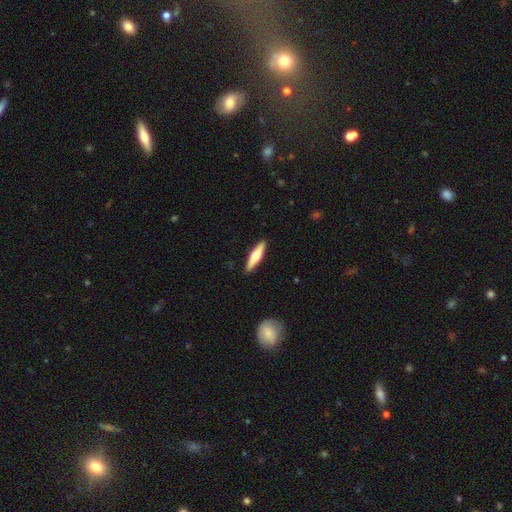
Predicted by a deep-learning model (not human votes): Smooth or featured? smooth (51%)
How rounded? cigar-shaped (78%)
Merging? none (90%)